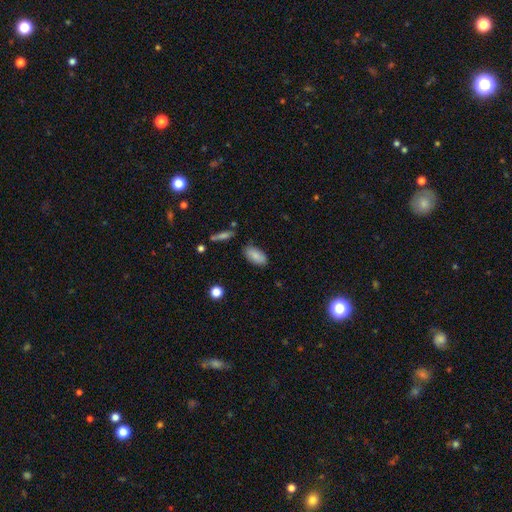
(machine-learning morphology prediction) type=smooth (83%); roundness=in between (92%); merging=none (79%).